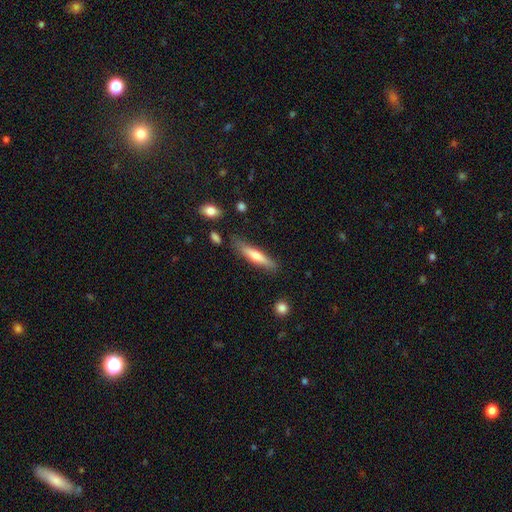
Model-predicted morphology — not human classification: A smooth galaxy with no disk features (59%) that is cigar-shaped (84%). Merging: none (78%).